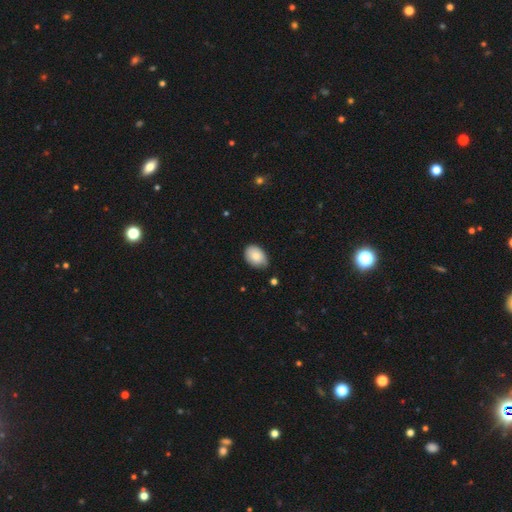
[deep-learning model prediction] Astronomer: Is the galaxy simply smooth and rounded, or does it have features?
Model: smooth — 84%.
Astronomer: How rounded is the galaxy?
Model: in between — 82%.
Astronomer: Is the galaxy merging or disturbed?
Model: none — 70%.